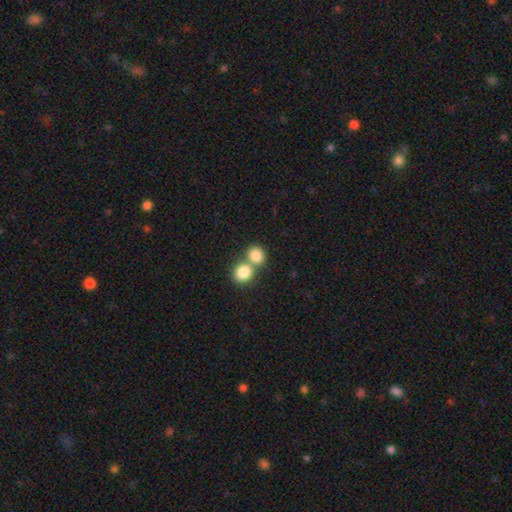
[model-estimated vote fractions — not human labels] Smooth or featured? Predicted: smooth (p=0.83). How rounded? Predicted: round (p=0.78). Merging? Predicted: merger (p=0.51).